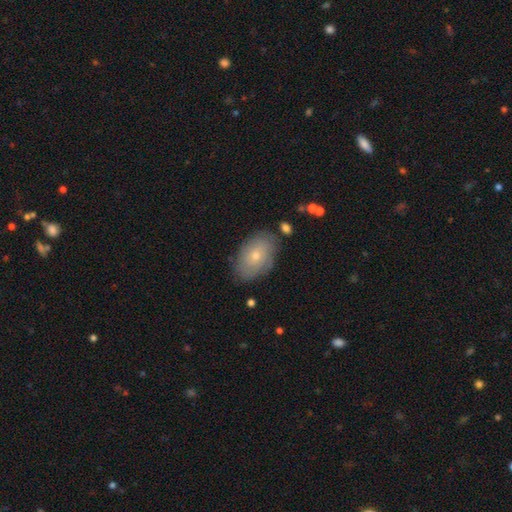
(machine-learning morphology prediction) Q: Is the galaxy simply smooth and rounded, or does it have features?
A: smooth — 65%.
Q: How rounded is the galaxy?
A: in between — 89%.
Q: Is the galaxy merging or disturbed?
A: none — 78%.